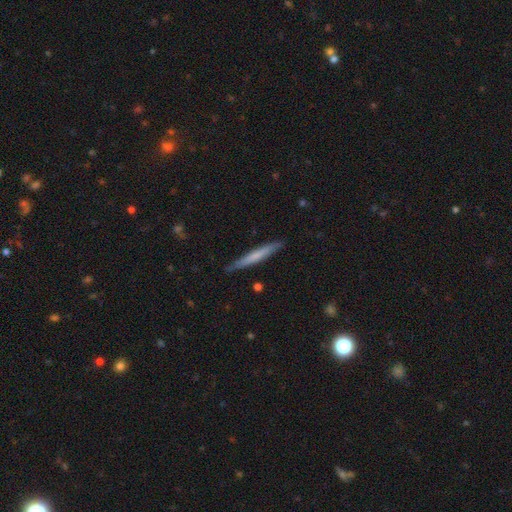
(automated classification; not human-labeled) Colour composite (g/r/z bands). It shows a smooth galaxy with no disk features (59%) that is cigar-shaped (96%). Merging: none (86%).